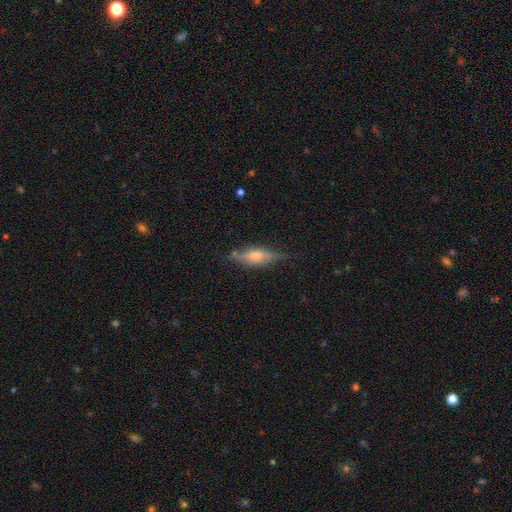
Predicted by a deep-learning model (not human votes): Smooth or featured?
  - featured or disk: 66% *
  - smooth: 27%
  - star or artifact: 8%
Edge-on disk?
  - yes: 91% *
  - no: 9%
Edge-on bulge?
  - rounded: 78% *
  - boxy: 16%
  - none: 6%
Merging?
  - none: 76% *
  - minor disturbance: 18%
  - major disturbance: 5%
  - merger: 2%